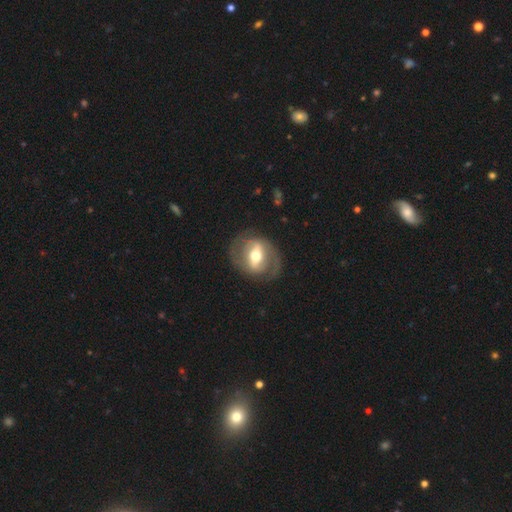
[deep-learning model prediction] Smooth or featured? featured or disk (69%)
Edge-on disk? no (91%)
Bar? strong (57%)
Spiral arms? yes (51%)
Bulge size? moderate (68%)
Merging? none (77%)